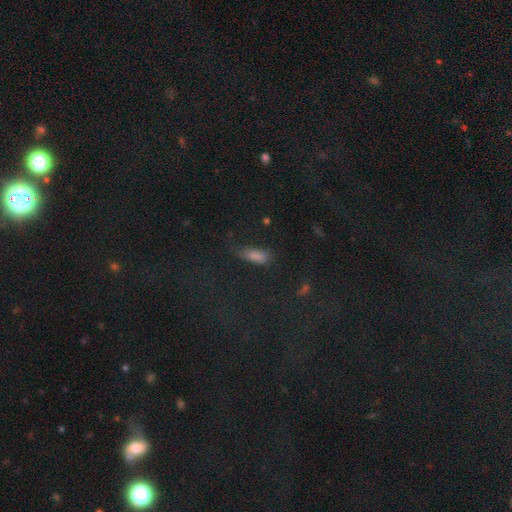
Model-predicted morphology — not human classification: A smooth galaxy with no disk features (69%) that is in between round and cigar-shaped (56%).

Vote fractions:
- Smooth or featured? smooth: 69% / star or artifact: 19% / featured or disk: 12%
- How rounded? in between: 56% / cigar-shaped: 39% / round: 5%
- Merging? none: 59% / minor disturbance: 26% / major disturbance: 12% / merger: 3%